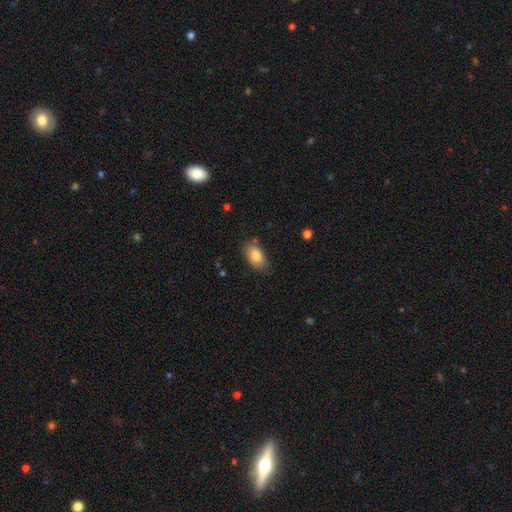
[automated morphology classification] type=smooth (83%); roundness=in between (90%); merging=none (78%).